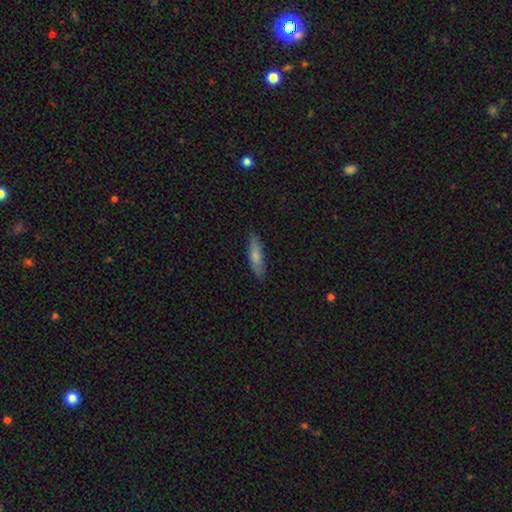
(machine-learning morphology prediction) smooth 73%, featured or disk 21%, star or artifact 6%. Down the decision tree: how rounded — cigar-shaped (68%); merging — none (86%).